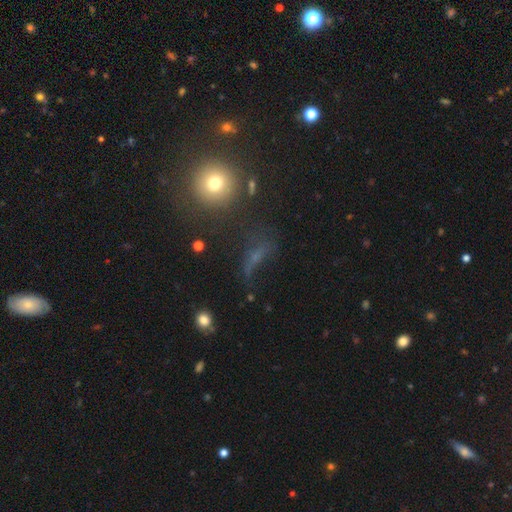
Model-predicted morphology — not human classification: A featured or disk galaxy (36%). Merging: none (44%).